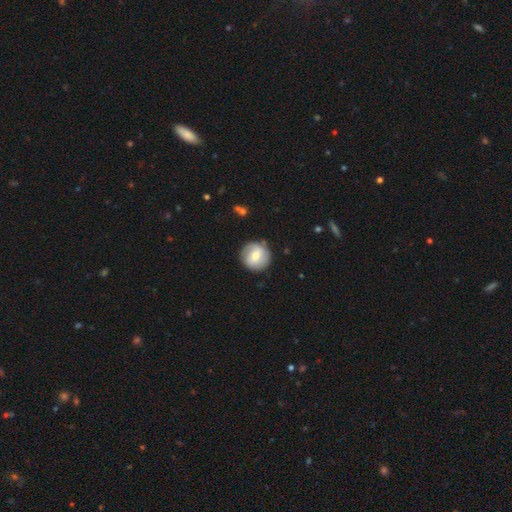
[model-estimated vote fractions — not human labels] This is possibly a smooth galaxy (56%). How rounded: clearly round (93%). Merging: clearly none (84%).